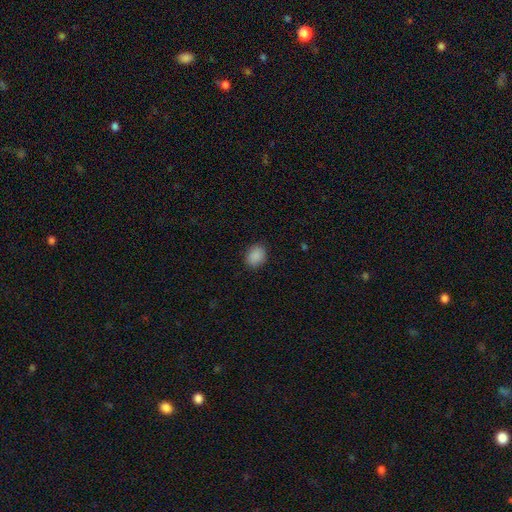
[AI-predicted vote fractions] Smooth or featured: smooth — 88% (star or artifact — 9%)
How rounded: in between — 51% (round — 48%)
Merging: none — 88% (minor disturbance — 9%)